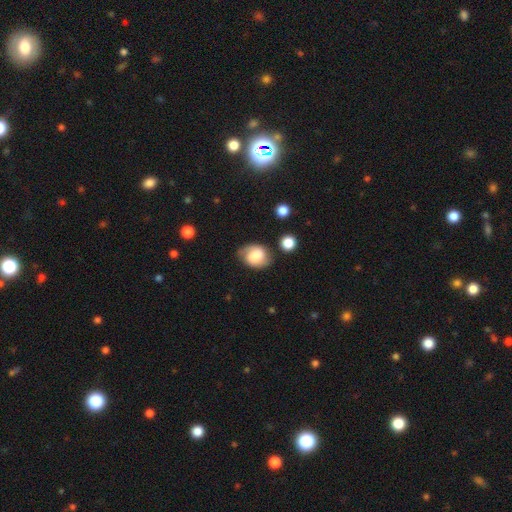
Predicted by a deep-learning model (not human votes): Morphology: type=smooth (58%); roundness=in between (59%); merging=none (68%).